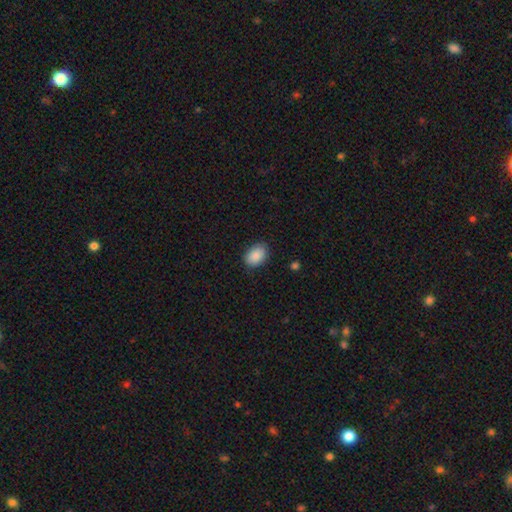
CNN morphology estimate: This is clearly a smooth galaxy (89%). How rounded: clearly in between (81%). Merging: clearly none (85%).